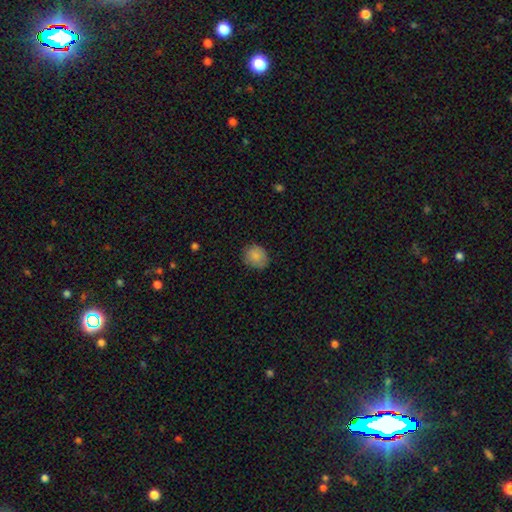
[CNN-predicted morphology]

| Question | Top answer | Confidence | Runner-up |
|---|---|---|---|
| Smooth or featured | smooth | 84% | star or artifact (8%) |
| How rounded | round | 70% | in between (29%) |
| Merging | none | 78% | minor disturbance (17%) |